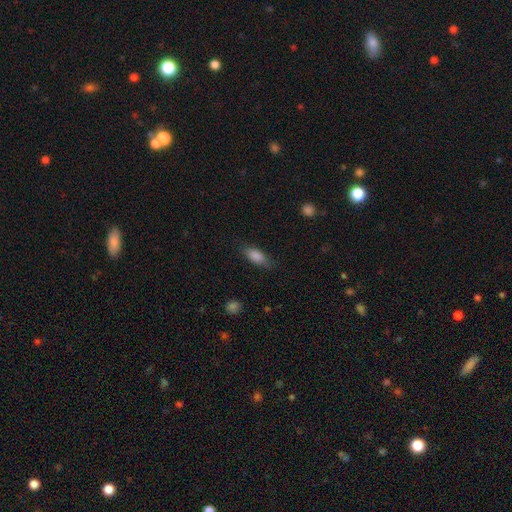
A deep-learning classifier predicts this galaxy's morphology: This is clearly a smooth galaxy (85%). How rounded: clearly in between (83%). Merging: likely none (78%).